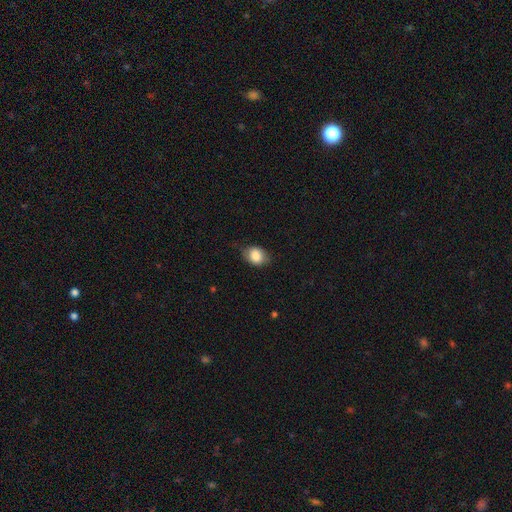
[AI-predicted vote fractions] Smooth or featured? smooth (85%)
How rounded? in between (66%)
Merging? none (73%)